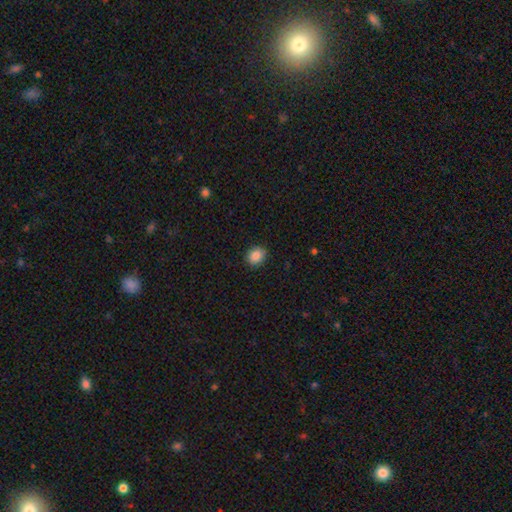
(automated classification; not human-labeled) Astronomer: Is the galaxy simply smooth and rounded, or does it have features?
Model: smooth — 87%.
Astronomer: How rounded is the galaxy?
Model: round — 64%.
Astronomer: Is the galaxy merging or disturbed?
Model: none — 88%.